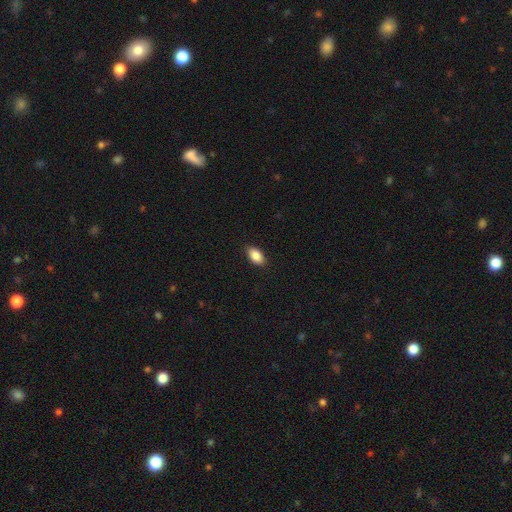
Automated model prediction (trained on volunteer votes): smooth 87%, star or artifact 7%, featured or disk 6%. Down the decision tree: how rounded — in between (93%); merging — none (88%).